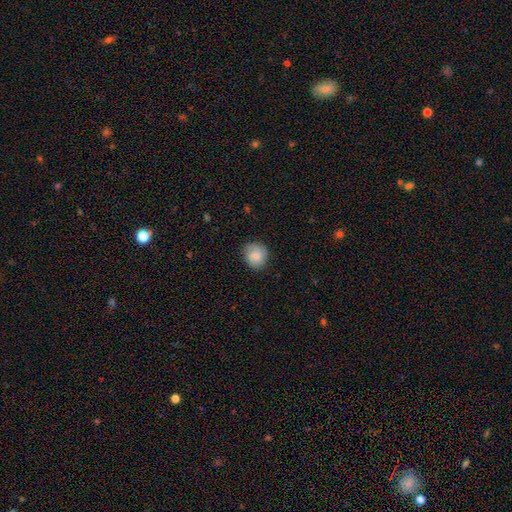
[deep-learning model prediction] smooth 76%, featured or disk 17%, star or artifact 7%. Down the decision tree: how rounded — round (80%); merging — none (77%).